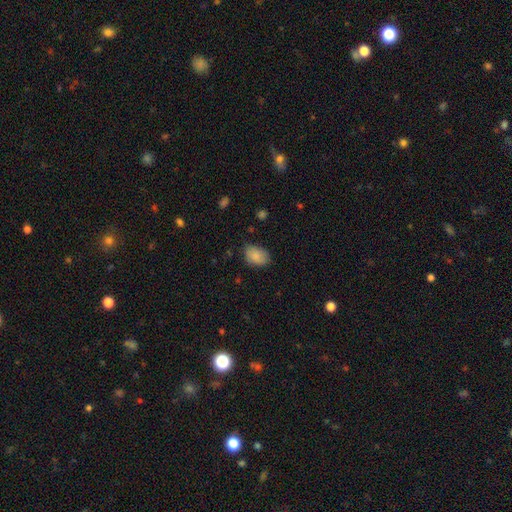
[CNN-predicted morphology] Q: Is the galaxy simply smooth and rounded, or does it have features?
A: smooth — 86%.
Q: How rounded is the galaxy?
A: in between — 83%.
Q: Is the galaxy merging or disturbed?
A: none — 75%.